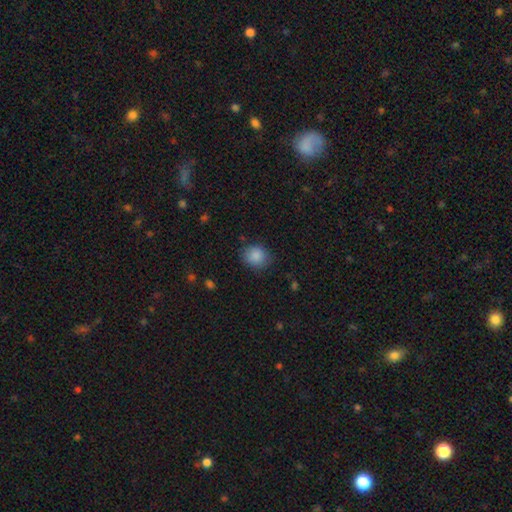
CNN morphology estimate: Smooth or featured? smooth (88%)
How rounded? round (70%)
Merging? none (80%)